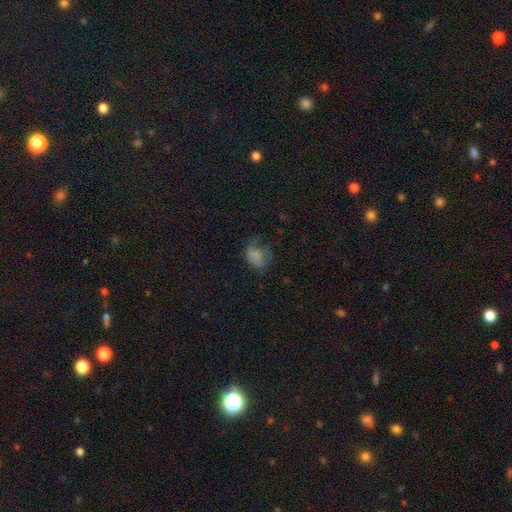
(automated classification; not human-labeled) The model was most divided on "merging" (2-way tie): none: 35%, major disturbance: 35%, minor disturbance: 27%, merger: 3%. More confident: smooth or featured — smooth (58%); how rounded — in between (54%).